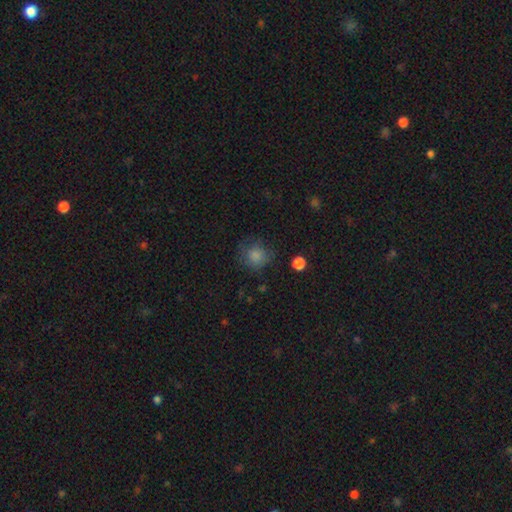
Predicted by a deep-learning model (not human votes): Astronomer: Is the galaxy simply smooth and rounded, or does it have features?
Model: smooth — 81%.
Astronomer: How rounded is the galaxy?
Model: round — 87%.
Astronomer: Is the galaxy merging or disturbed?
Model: none — 69%.